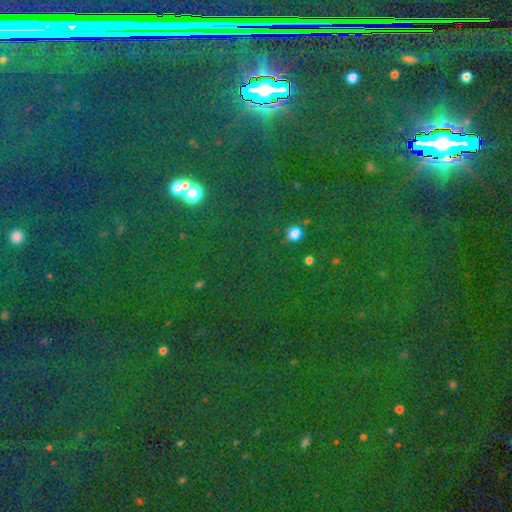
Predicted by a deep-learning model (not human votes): Smooth or featured? Predicted: star or artifact (p=0.81).